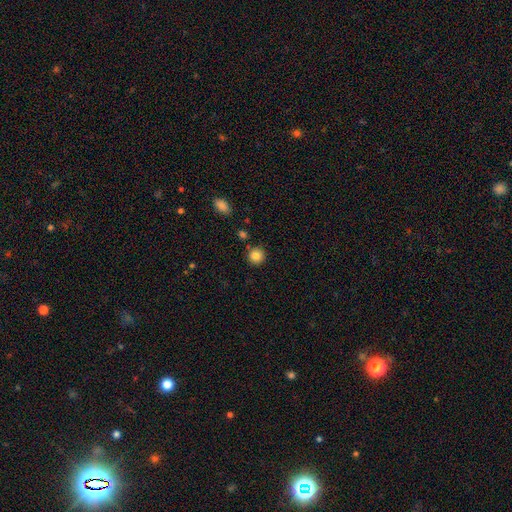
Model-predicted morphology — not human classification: This is clearly a smooth galaxy (85%). How rounded: clearly round (92%). Merging: clearly none (86%).